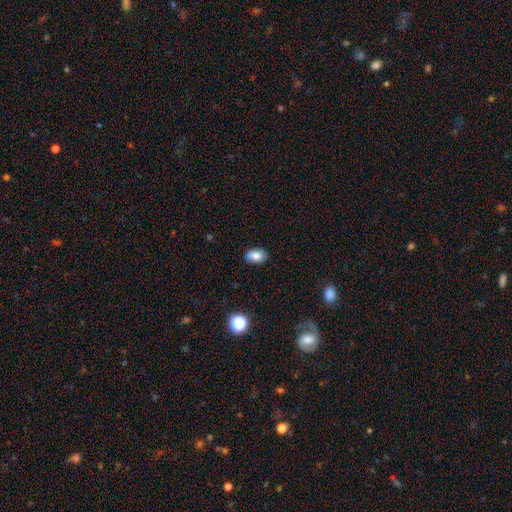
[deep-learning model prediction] Smooth or featured? Predicted: smooth (p=0.81). How rounded? Predicted: in between (p=0.85). Merging? Predicted: none (p=0.81).